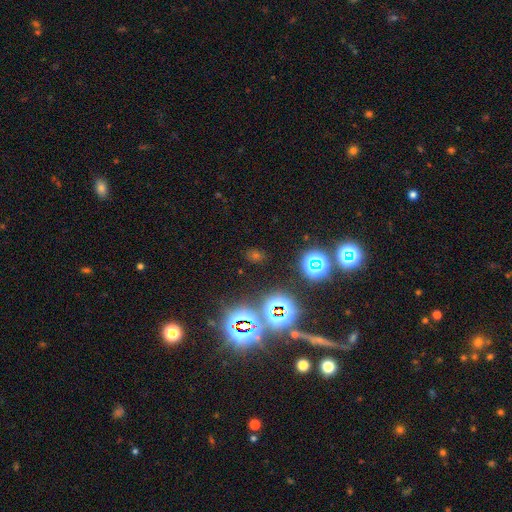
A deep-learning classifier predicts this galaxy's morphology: Smooth or featured?
  - star or artifact: 56% *
  - smooth: 34%
  - featured or disk: 9%